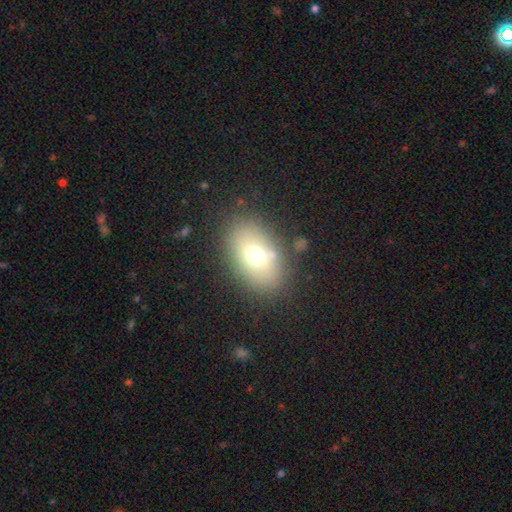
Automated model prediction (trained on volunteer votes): Smooth or featured: smooth — 67% (featured or disk — 20%)
How rounded: in between — 82% (round — 17%)
Merging: none — 80% (minor disturbance — 11%)